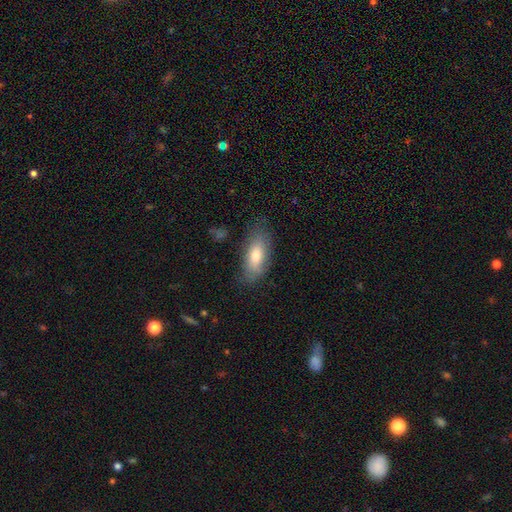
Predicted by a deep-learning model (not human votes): This is likely a smooth galaxy (77%). How rounded: clearly in between (81%). Merging: likely none (73%).